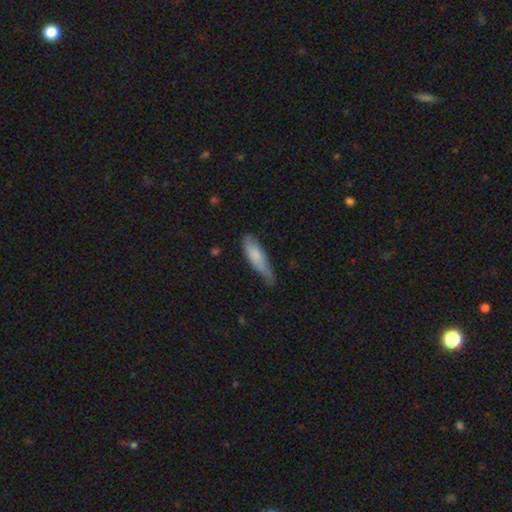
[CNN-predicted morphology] smooth_or_featured: smooth (p=0.74) [alt: featured or disk p=0.20]
how_rounded: cigar-shaped (p=0.61) [alt: in between p=0.38]
merging: none (p=0.51) [alt: minor disturbance p=0.39]